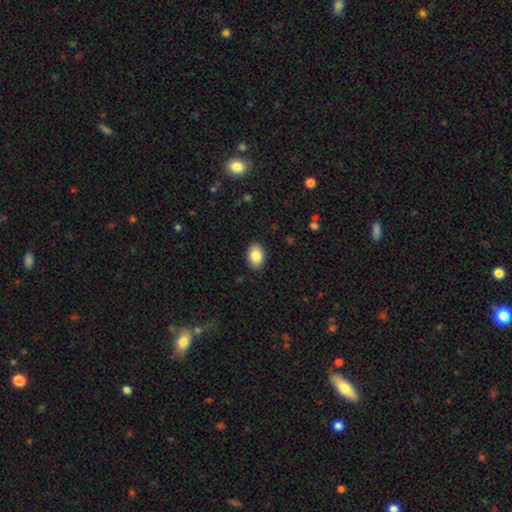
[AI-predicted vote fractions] Overall: smooth (85%). How rounded: in between (82%). Merging: none (90%).